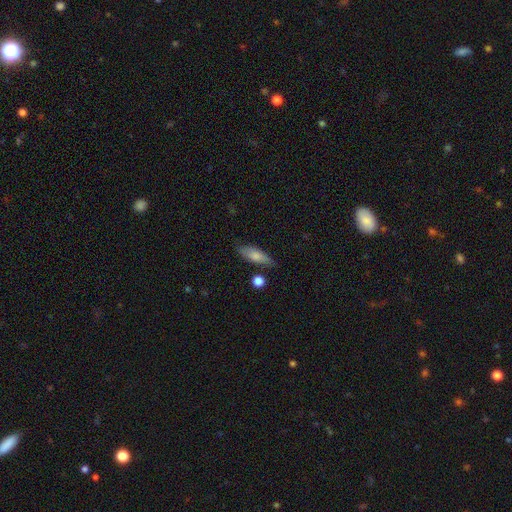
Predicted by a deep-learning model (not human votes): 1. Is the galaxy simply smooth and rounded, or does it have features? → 75% smooth, 18% featured or disk, 7% star or artifact.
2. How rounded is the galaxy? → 60% in between, 36% cigar-shaped, 3% round.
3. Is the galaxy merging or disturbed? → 73% none, 19% minor disturbance, 4% merger, 4% major disturbance.